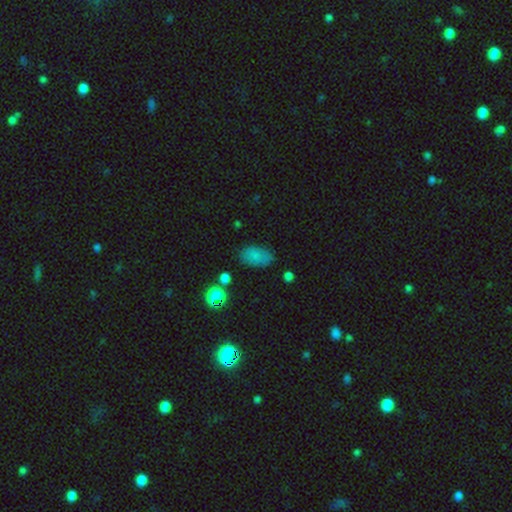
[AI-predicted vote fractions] smooth_or_featured: smooth (p=0.79) [alt: star or artifact p=0.12]
how_rounded: in between (p=0.91) [alt: round p=0.07]
merging: none (p=0.77) [alt: minor disturbance p=0.16]